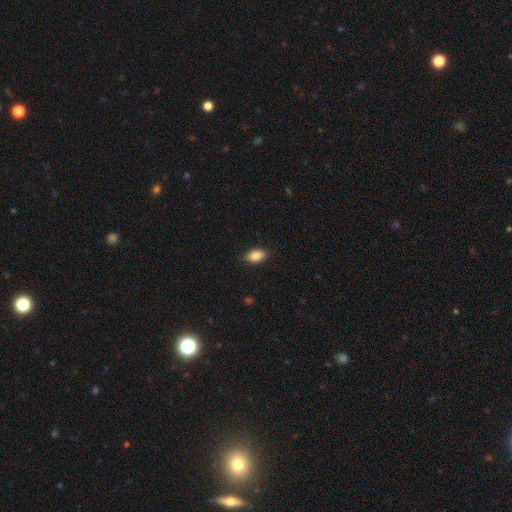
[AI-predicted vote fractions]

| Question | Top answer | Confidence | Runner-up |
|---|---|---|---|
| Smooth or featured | smooth | 86% | featured or disk (7%) |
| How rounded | in between | 90% | cigar-shaped (6%) |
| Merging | none | 89% | minor disturbance (8%) |